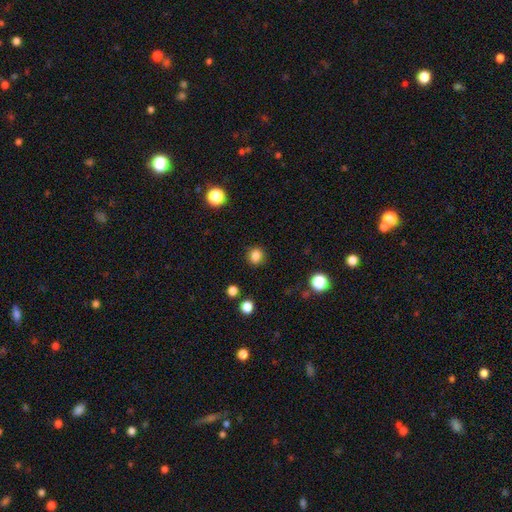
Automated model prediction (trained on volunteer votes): Q: Smooth or featured?
A: smooth (84%); runner-up: star or artifact (12%)
Q: How rounded?
A: round (81%); runner-up: in between (18%)
Q: Merging?
A: none (89%); runner-up: minor disturbance (7%)